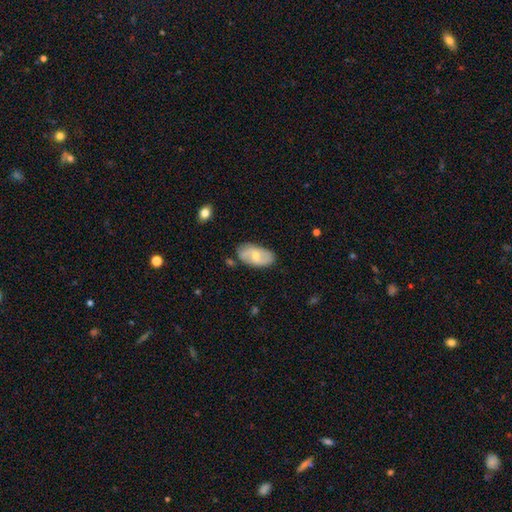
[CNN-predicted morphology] This is possibly a featured or disk galaxy (54%). It is clearly not viewed edge-on (94%). Bar: possibly no (47%). Spiral arm pattern: likely yes (77%). Central bulge: possibly small (51%). Merging: likely none (75%).